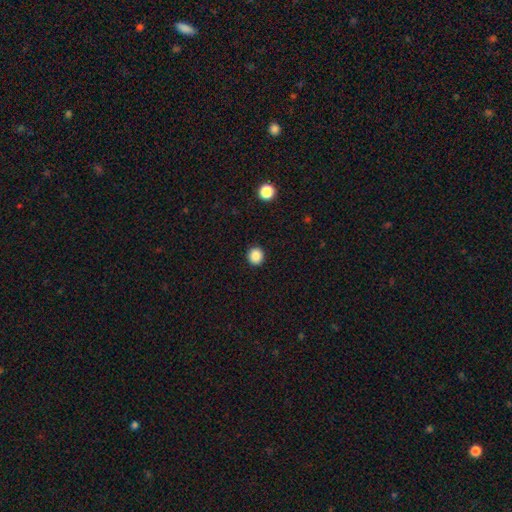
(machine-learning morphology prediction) Q: Smooth or featured?
A: smooth (87%); runner-up: star or artifact (10%)
Q: How rounded?
A: round (91%); runner-up: in between (8%)
Q: Merging?
A: none (92%); runner-up: minor disturbance (5%)